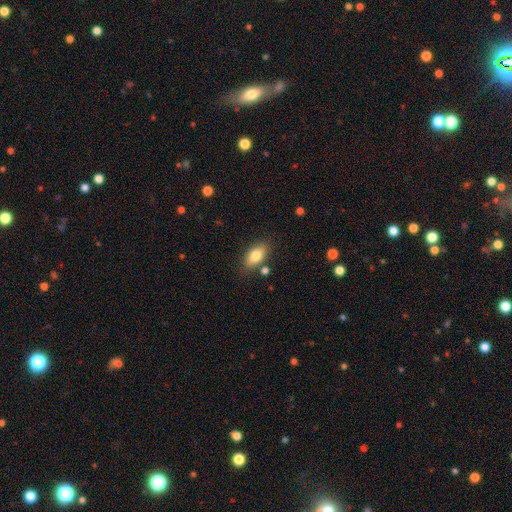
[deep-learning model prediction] Smooth or featured? smooth (79%)
How rounded? in between (89%)
Merging? none (81%)